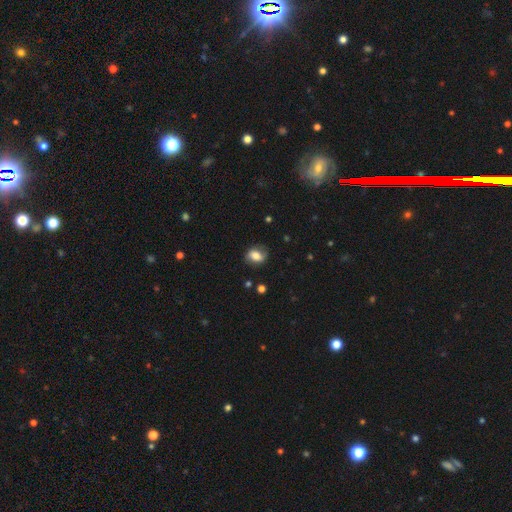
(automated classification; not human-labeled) This is likely a smooth galaxy (64%). How rounded: likely in between (61%). Merging: likely none (77%).